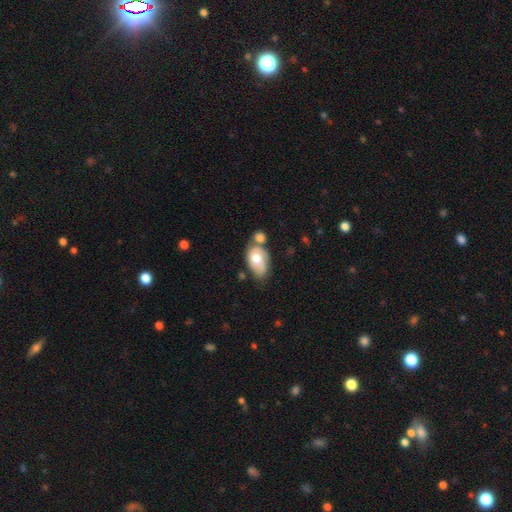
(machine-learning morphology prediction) type=smooth (55%); roundness=in between (88%); merging=none (59%).